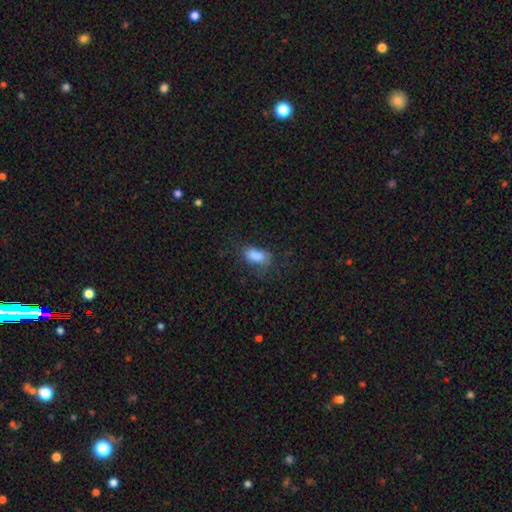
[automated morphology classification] The model was most divided on "merging": none: 47%, minor disturbance: 27%, major disturbance: 19%, merger: 7%. More confident: how rounded — in between (88%); smooth or featured — smooth (79%).